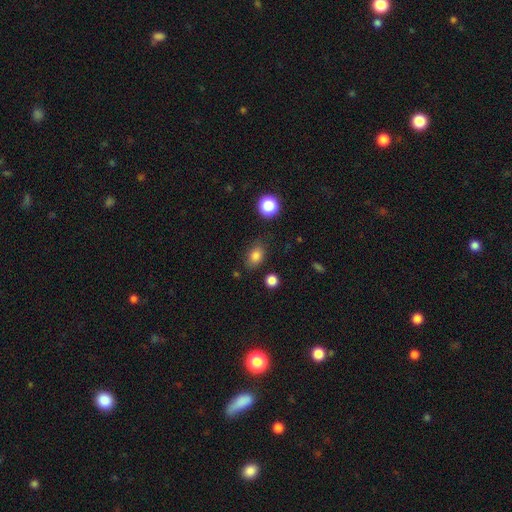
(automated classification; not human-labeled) Smooth or featured? Predicted: smooth (p=0.82). How rounded? Predicted: in between (p=0.76). Merging? Predicted: none (p=0.77).